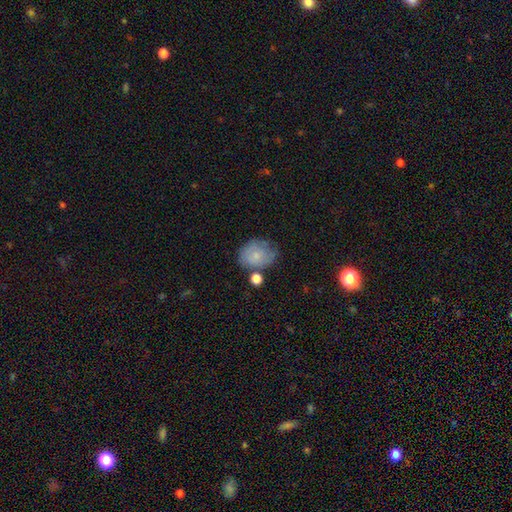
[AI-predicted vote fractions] Q: Smooth or featured?
A: smooth (72%); runner-up: featured or disk (20%)
Q: How rounded?
A: round (50%); runner-up: in between (49%)
Q: Merging?
A: none (54%); runner-up: minor disturbance (25%)